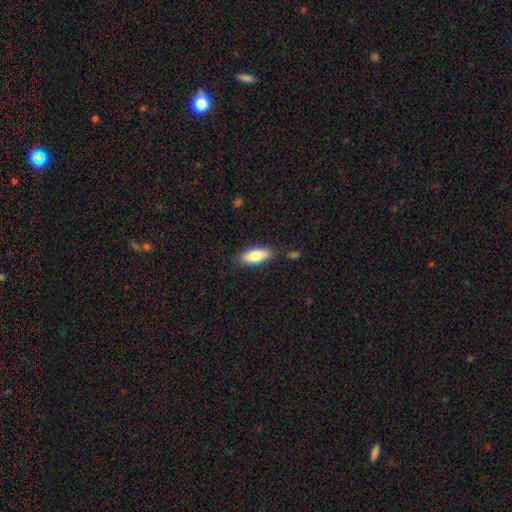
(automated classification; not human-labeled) Overall: smooth (77%). How rounded: in between (75%). Merging: none (83%).